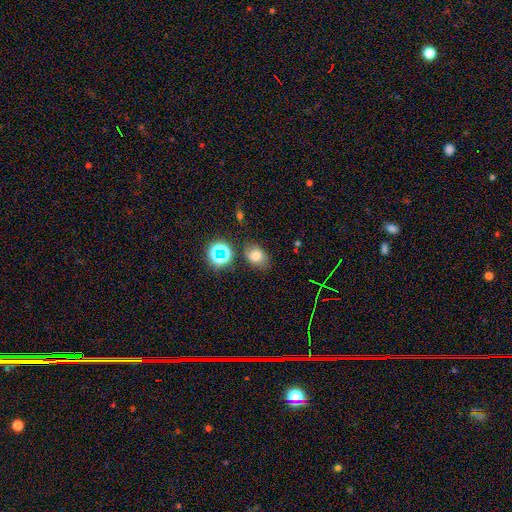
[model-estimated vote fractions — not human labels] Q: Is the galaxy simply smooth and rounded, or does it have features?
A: smooth — 71%.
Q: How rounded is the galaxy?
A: in between — 64%.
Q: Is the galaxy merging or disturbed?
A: none — 74%.